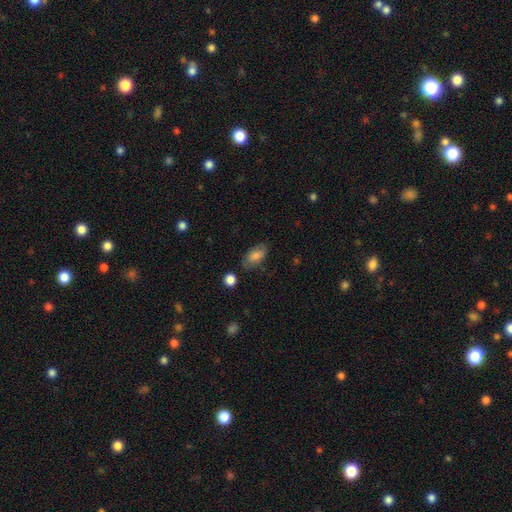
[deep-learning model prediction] smooth-or-featured: smooth: 77% | featured or disk: 15% | star or artifact: 8%
  how-rounded: in between: 91% | round: 6% | cigar-shaped: 3%
  merging: none: 72% | minor disturbance: 21% | major disturbance: 5% | merger: 2%